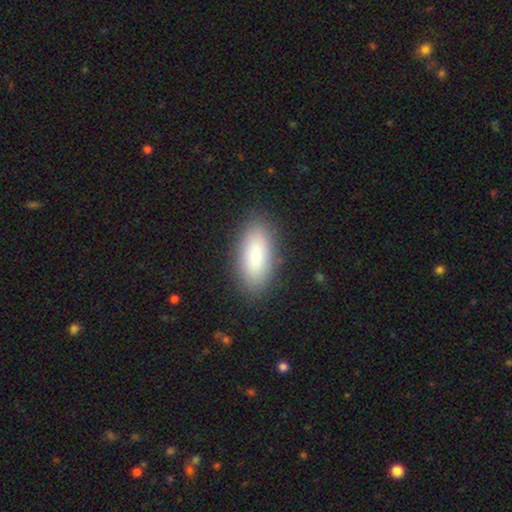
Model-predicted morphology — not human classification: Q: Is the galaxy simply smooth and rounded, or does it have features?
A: smooth — 76%.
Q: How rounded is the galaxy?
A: in between — 86%.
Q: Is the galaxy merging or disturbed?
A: none — 87%.